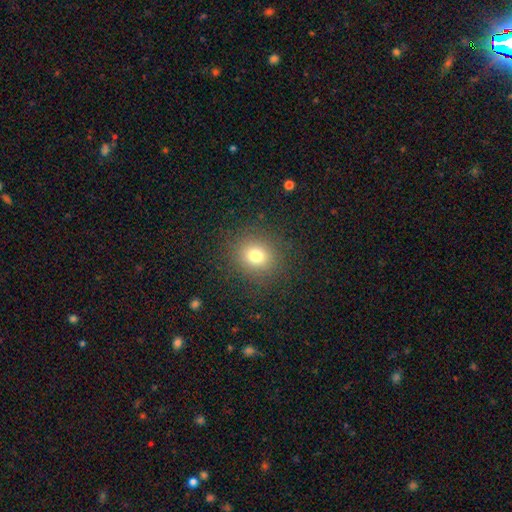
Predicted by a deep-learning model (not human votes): A smooth galaxy with no disk features (76%) that is round (81%). Merging: none (88%).